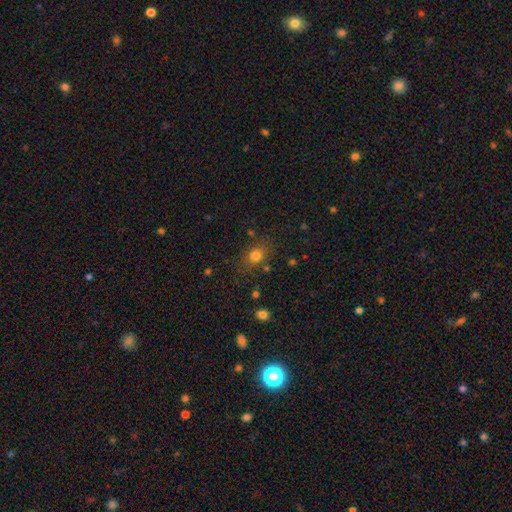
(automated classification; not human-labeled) smooth_or_featured: smooth (p=0.77) [alt: star or artifact p=0.15]
how_rounded: round (p=0.52) [alt: in between p=0.46]
merging: none (p=0.78) [alt: minor disturbance p=0.13]